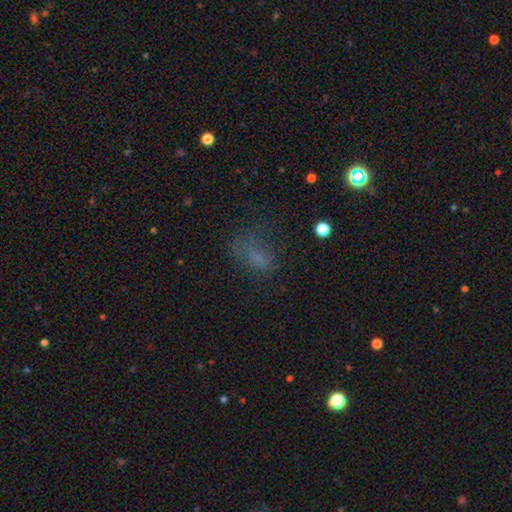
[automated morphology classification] Smooth or featured: smooth — 57% (star or artifact — 26%)
How rounded: in between — 78% (round — 15%)
Merging: none — 47% (major disturbance — 27%)